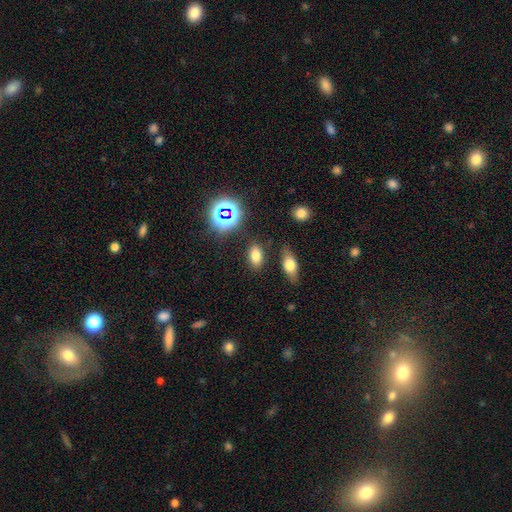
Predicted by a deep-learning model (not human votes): A smooth galaxy with no disk features (72%) that is in between round and cigar-shaped (85%).

Vote fractions:
- Smooth or featured? smooth: 72% / star or artifact: 18% / featured or disk: 10%
- How rounded? in between: 85% / round: 10% / cigar-shaped: 5%
- Merging? none: 83% / minor disturbance: 10% / merger: 4% / major disturbance: 3%